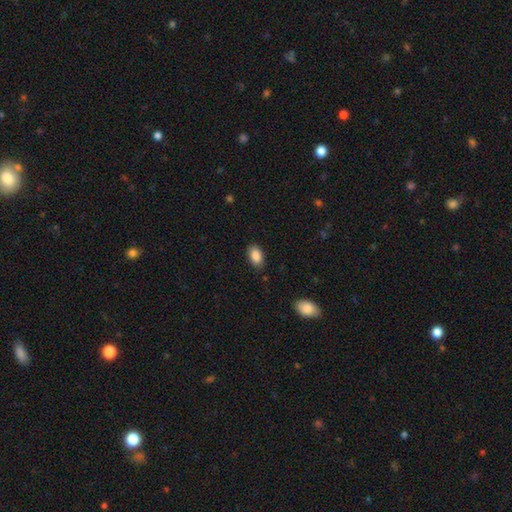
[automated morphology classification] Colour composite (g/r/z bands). It shows a smooth galaxy with no disk features (88%) that is in between round and cigar-shaped (92%). Merging: none (85%).